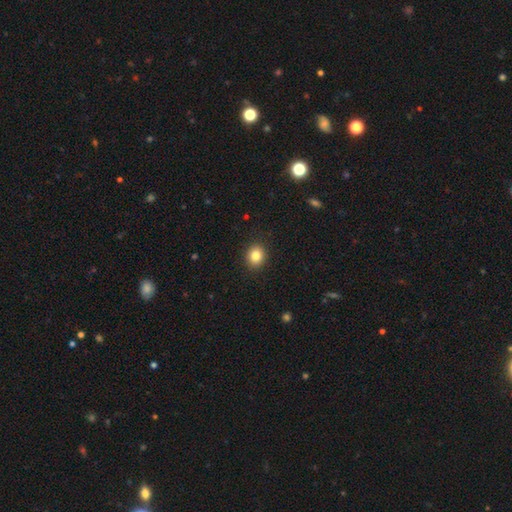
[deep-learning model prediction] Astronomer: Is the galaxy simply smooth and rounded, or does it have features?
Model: smooth — 83%.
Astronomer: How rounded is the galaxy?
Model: round — 70%.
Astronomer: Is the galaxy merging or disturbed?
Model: none — 91%.